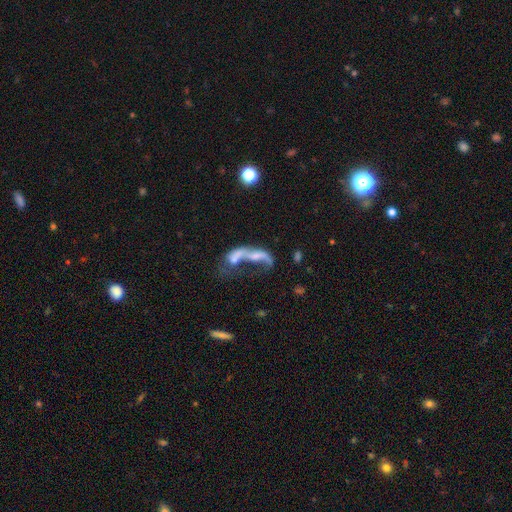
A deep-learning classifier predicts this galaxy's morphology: type=featured or disk (44%); merging=merger (63%).